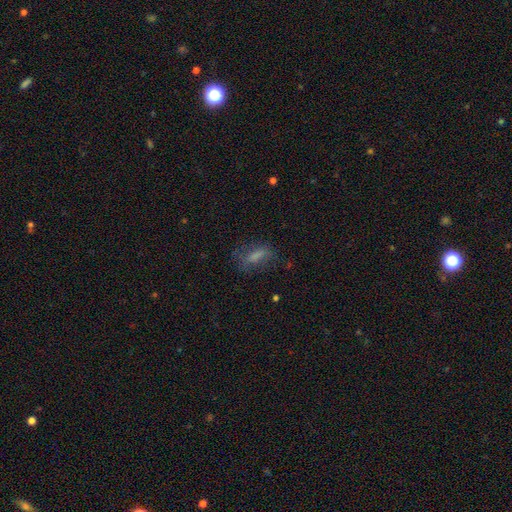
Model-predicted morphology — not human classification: Smooth or featured?
  - smooth: 62% *
  - featured or disk: 24%
  - star or artifact: 14%
How rounded?
  - in between: 59% *
  - cigar-shaped: 36%
  - round: 5%
Merging?
  - none: 62% *
  - minor disturbance: 21%
  - major disturbance: 15%
  - merger: 2%